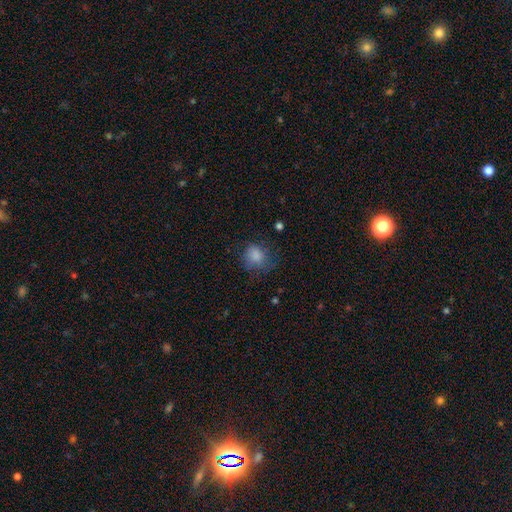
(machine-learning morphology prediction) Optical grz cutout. It shows a smooth galaxy with no disk features (79%) that is round (67%). Merging: none (53%).